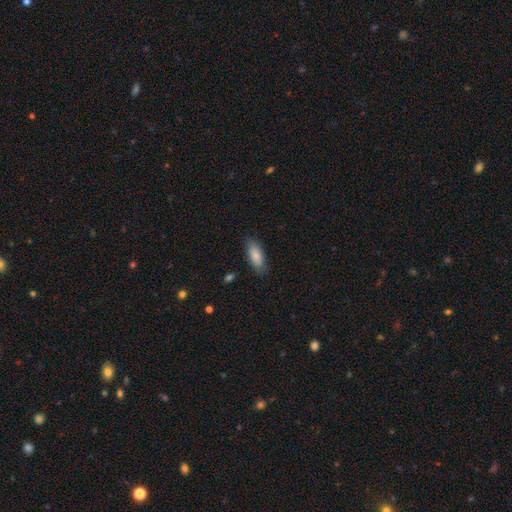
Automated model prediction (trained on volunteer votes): smooth_or_featured: smooth (p=0.85) [alt: featured or disk p=0.09]
how_rounded: in between (p=0.79) [alt: cigar-shaped p=0.19]
merging: none (p=0.82) [alt: minor disturbance p=0.14]